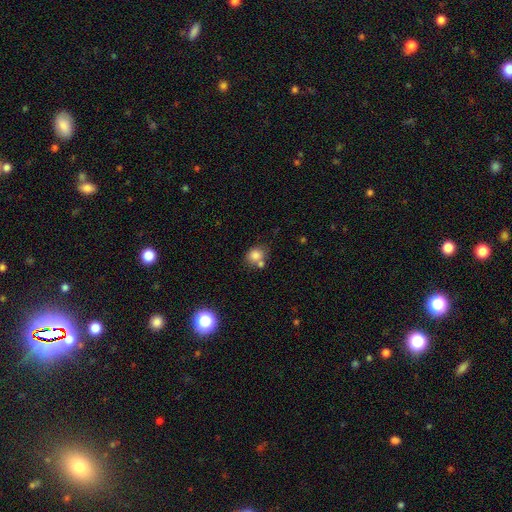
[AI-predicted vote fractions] The model was most divided on "merging": none: 54%, merger: 26%, minor disturbance: 14%, major disturbance: 5%. More confident: smooth or featured — smooth (81%); how rounded — round (70%).